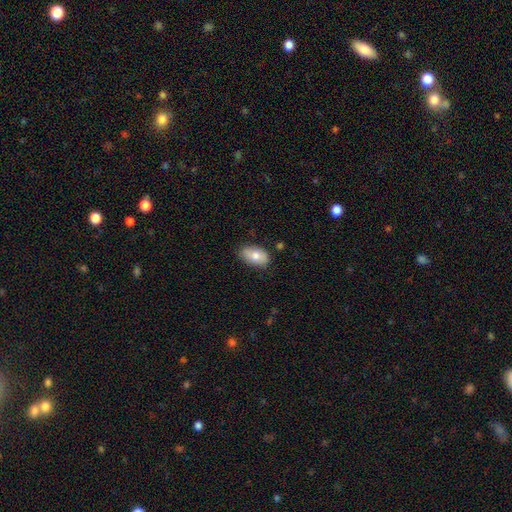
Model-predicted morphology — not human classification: type=smooth (75%); roundness=in between (91%); merging=none (80%).